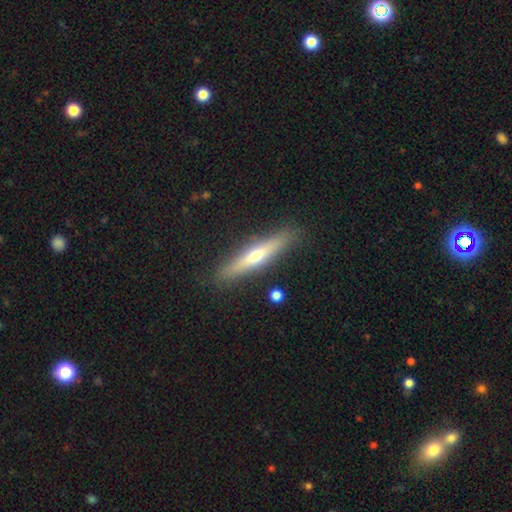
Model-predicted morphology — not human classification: Smooth or featured?
  - featured or disk: 56% *
  - smooth: 38%
  - star or artifact: 6%
Edge-on disk?
  - yes: 93% *
  - no: 7%
Edge-on bulge?
  - rounded: 85% *
  - none: 12%
  - boxy: 3%
Merging?
  - none: 89% *
  - minor disturbance: 8%
  - major disturbance: 2%
  - merger: 2%